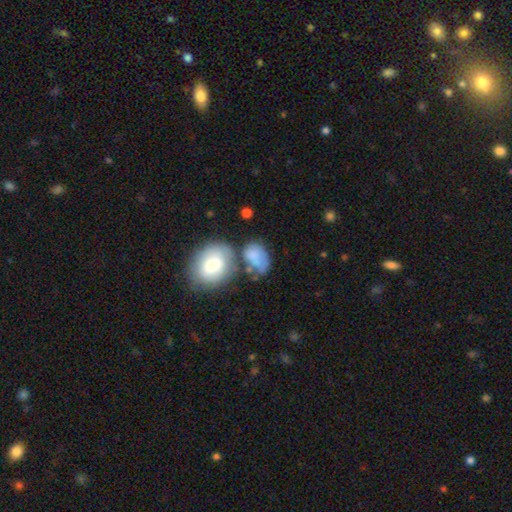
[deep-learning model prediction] Smooth or featured: smooth — 73% (featured or disk — 19%)
How rounded: in between — 78% (round — 21%)
Merging: none — 32% (merger — 26%)